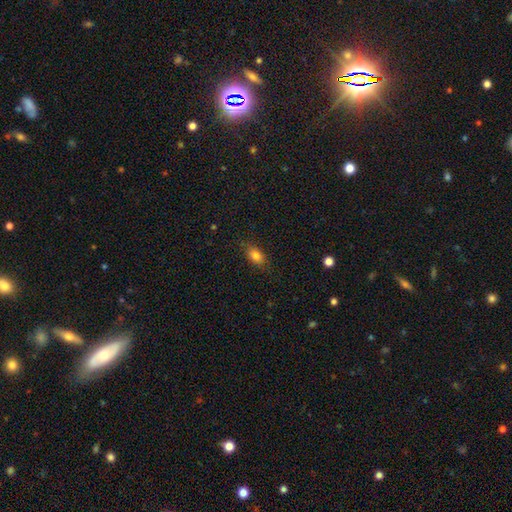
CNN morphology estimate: Smooth or featured? smooth (80%)
How rounded? in between (82%)
Merging? none (78%)